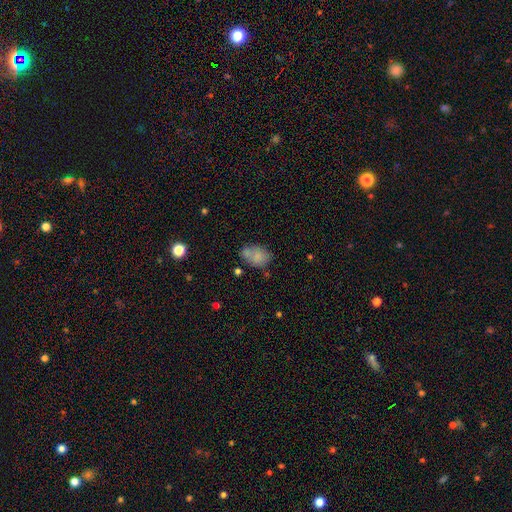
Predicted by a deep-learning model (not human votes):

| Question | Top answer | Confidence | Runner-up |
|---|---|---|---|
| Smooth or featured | smooth | 76% | featured or disk (13%) |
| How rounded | in between | 72% | round (27%) |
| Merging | none | 48% | merger (24%) |